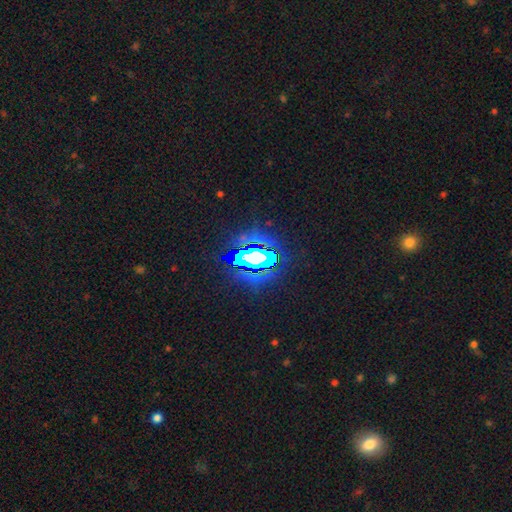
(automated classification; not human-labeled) Morphology: type=star or artifact (61%).